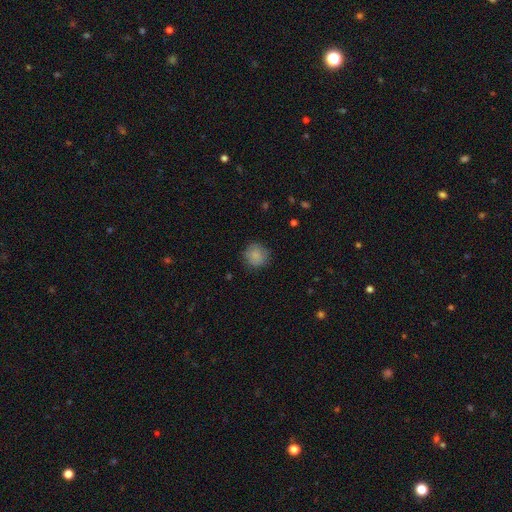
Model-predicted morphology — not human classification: This is clearly a smooth galaxy (86%). How rounded: clearly round (91%). Merging: clearly none (84%).